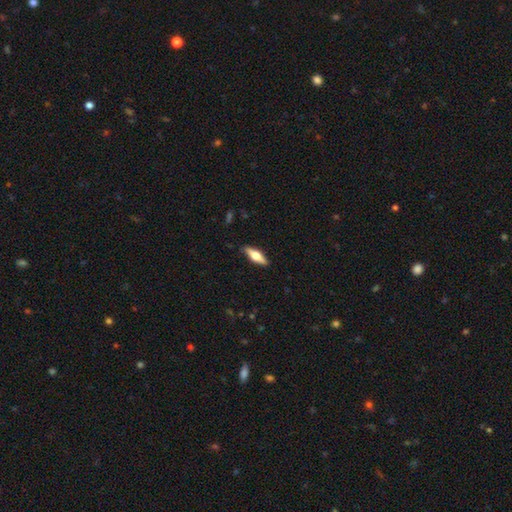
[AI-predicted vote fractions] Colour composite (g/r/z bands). It shows a featured or disk galaxy (49%). Merging: none (88%).